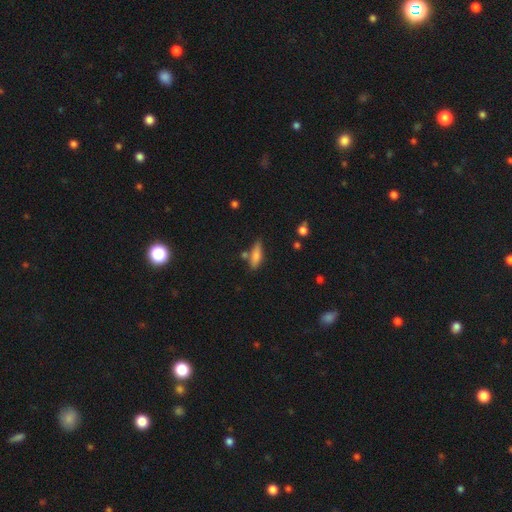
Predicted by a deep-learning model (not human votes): Q: Smooth or featured?
A: smooth (73%); runner-up: featured or disk (20%)
Q: How rounded?
A: cigar-shaped (53%); runner-up: in between (45%)
Q: Merging?
A: none (66%); runner-up: minor disturbance (19%)